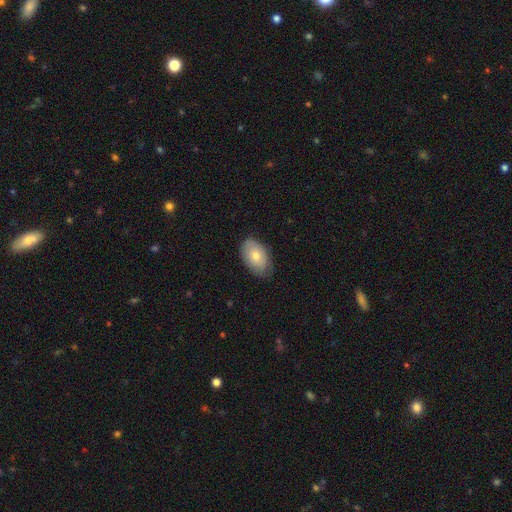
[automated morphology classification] type=smooth (71%); roundness=in between (90%); merging=none (75%).